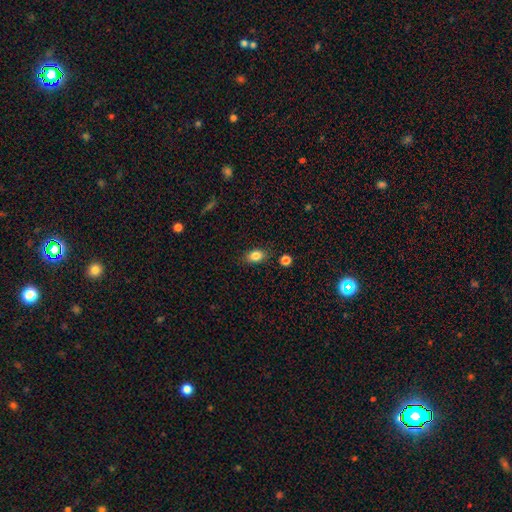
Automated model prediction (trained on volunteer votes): smooth-or-featured: smooth: 84% | star or artifact: 10% | featured or disk: 7%
  how-rounded: in between: 76% | round: 22% | cigar-shaped: 2%
  merging: none: 83% | minor disturbance: 11% | major disturbance: 3% | merger: 3%